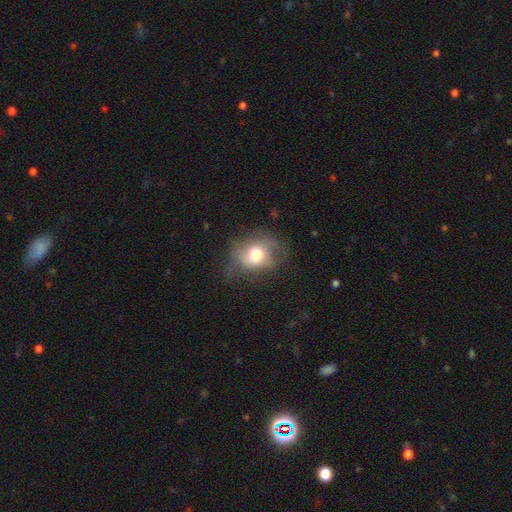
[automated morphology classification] Smooth or featured: smooth — 58% (featured or disk — 31%)
How rounded: round — 55% (in between — 44%)
Merging: none — 46% (minor disturbance — 28%)